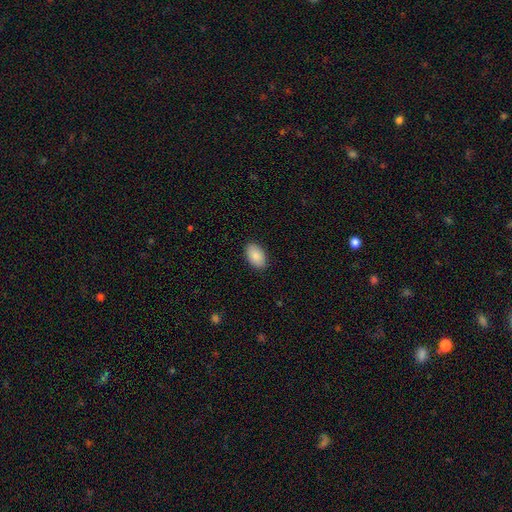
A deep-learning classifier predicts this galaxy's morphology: Smooth or featured?
  - smooth: 87% *
  - featured or disk: 6%
  - star or artifact: 6%
How rounded?
  - in between: 93% *
  - round: 6%
  - cigar-shaped: 1%
Merging?
  - none: 89% *
  - minor disturbance: 8%
  - major disturbance: 2%
  - merger: 1%